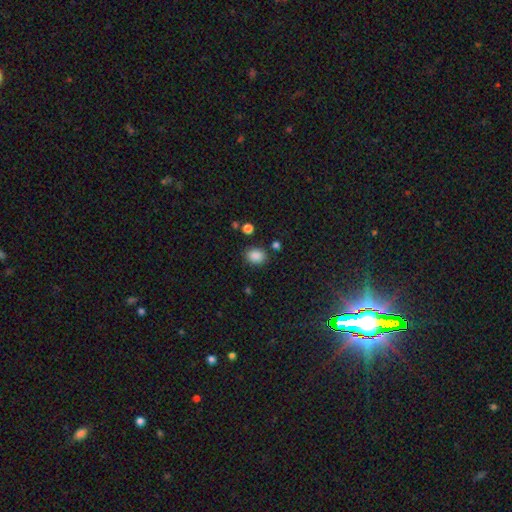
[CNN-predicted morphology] Q: Smooth or featured?
A: smooth (87%); runner-up: star or artifact (10%)
Q: How rounded?
A: in between (50%); runner-up: round (49%)
Q: Merging?
A: none (81%); runner-up: minor disturbance (11%)